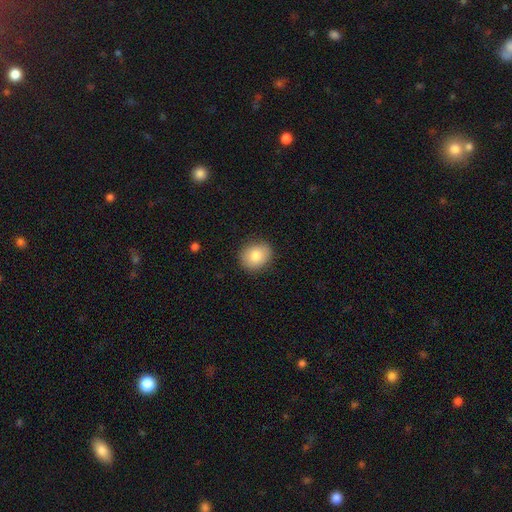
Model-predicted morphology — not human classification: This appears to be a smooth galaxy with no disk features (82%) that is round (63%). Merging: none (88%).